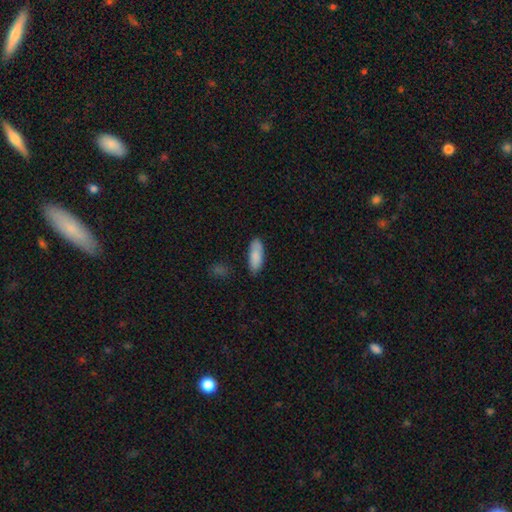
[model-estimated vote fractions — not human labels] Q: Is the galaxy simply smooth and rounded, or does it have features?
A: smooth — 87%.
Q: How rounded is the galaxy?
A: in between — 74%.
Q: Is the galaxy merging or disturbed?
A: none — 80%.